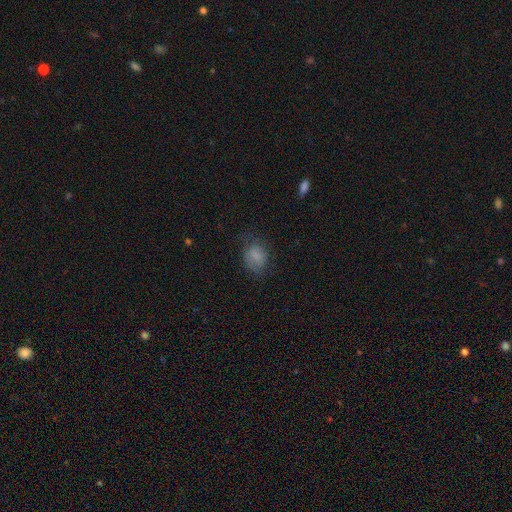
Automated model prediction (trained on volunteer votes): Smooth or featured? smooth (73%)
How rounded? in between (57%)
Merging? none (56%)